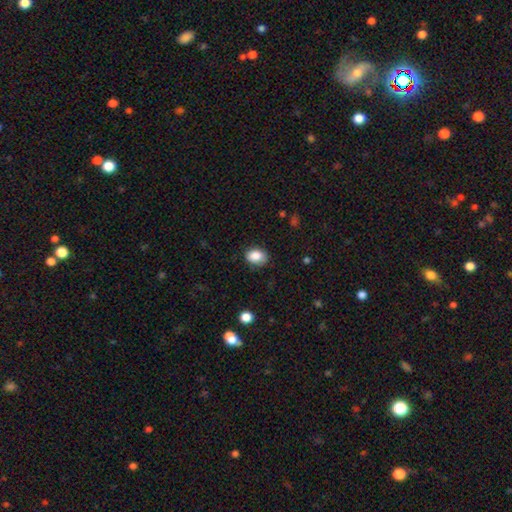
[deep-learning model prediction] Smooth or featured?
  - smooth: 85% *
  - star or artifact: 8%
  - featured or disk: 6%
How rounded?
  - in between: 72% *
  - round: 27%
  - cigar-shaped: 1%
Merging?
  - none: 76% *
  - minor disturbance: 18%
  - major disturbance: 4%
  - merger: 1%